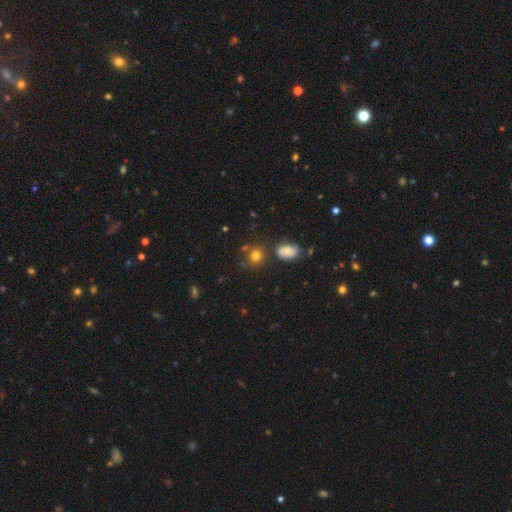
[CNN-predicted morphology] type=smooth (79%); roundness=round (71%); merging=none (72%).